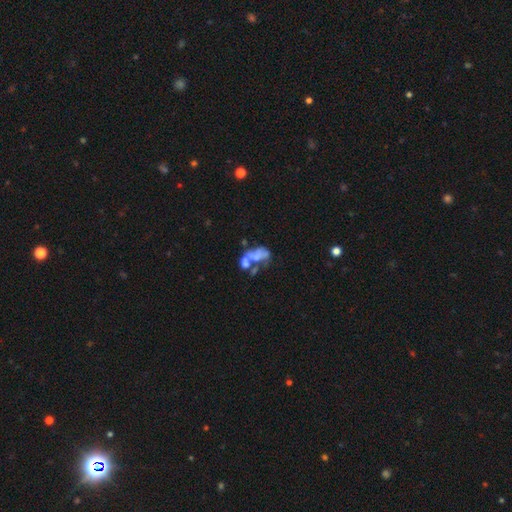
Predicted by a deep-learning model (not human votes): Overall: featured or disk (57%; smooth 30%). Edge-on disk: no (97%). Bar: no (91%). Spiral arms: no (90%). Bulge size: none (65%). Merging: merger (50%; major disturbance 23%).